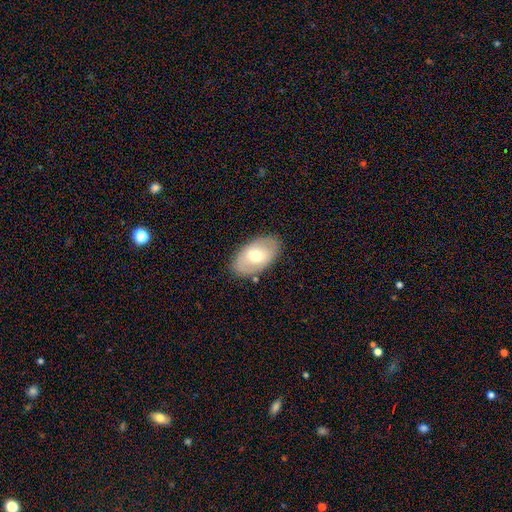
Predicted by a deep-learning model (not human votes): Smooth or featured?
  - smooth: 55% *
  - featured or disk: 38%
  - star or artifact: 6%
How rounded?
  - in between: 91% *
  - round: 8%
  - cigar-shaped: 1%
Merging?
  - none: 83% *
  - minor disturbance: 12%
  - major disturbance: 3%
  - merger: 1%